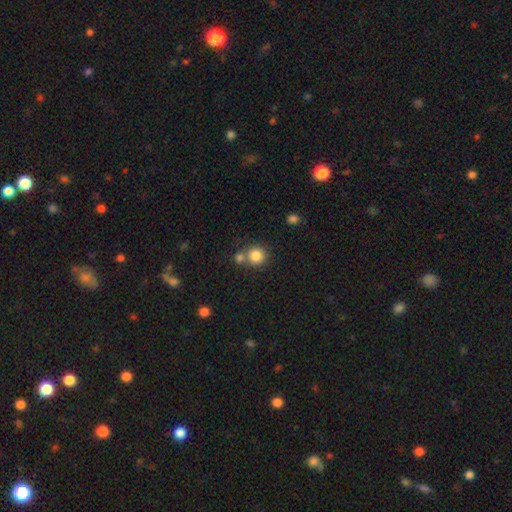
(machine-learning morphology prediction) This appears to be a smooth galaxy with no disk features (84%) that is round (91%). Merging: none (61%).